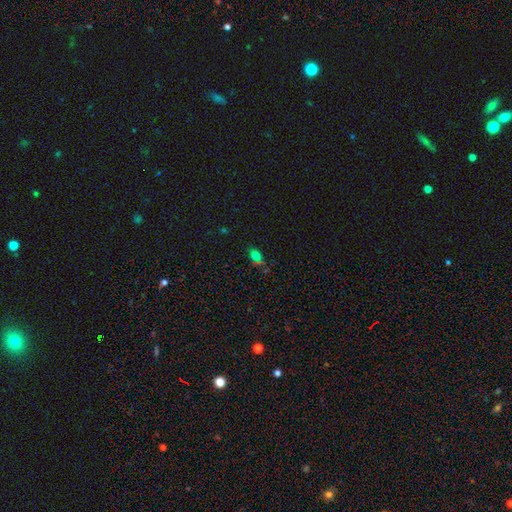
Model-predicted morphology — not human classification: Q: Smooth or featured?
A: smooth (67%); runner-up: star or artifact (24%)
Q: How rounded?
A: in between (72%); runner-up: round (25%)
Q: Merging?
A: none (59%); runner-up: minor disturbance (19%)